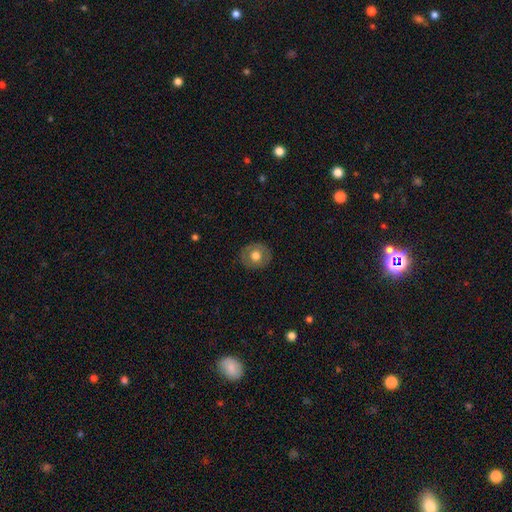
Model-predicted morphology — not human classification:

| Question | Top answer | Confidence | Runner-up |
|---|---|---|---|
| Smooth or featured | smooth | 64% | featured or disk (28%) |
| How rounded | round | 87% | in between (12%) |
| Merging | none | 88% | minor disturbance (9%) |